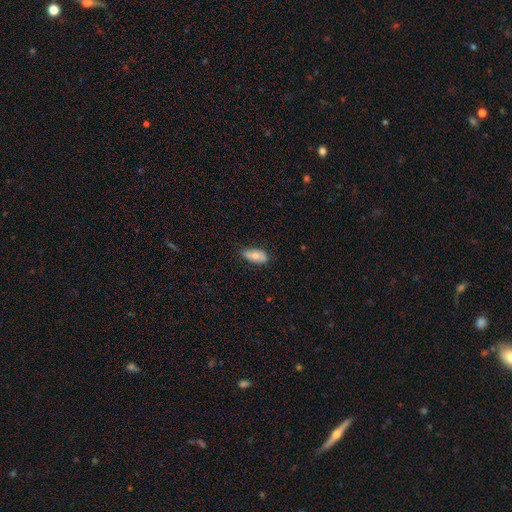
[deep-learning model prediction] smooth_or_featured: smooth (p=0.74) [alt: featured or disk p=0.20]
how_rounded: in between (p=0.90) [alt: cigar-shaped p=0.07]
merging: none (p=0.74) [alt: minor disturbance p=0.21]